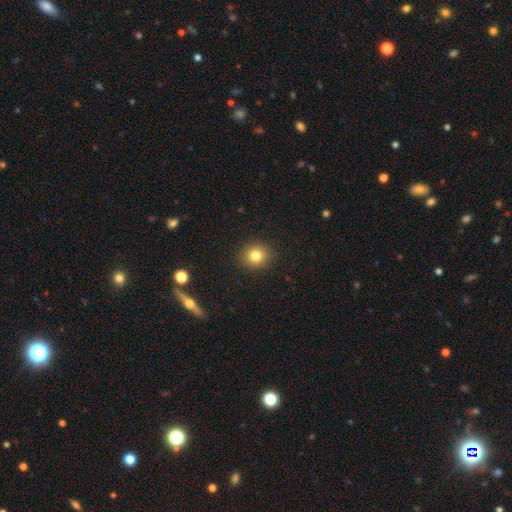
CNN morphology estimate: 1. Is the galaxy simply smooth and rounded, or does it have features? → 81% smooth, 12% star or artifact, 7% featured or disk.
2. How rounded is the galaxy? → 84% round, 15% in between, 1% cigar-shaped.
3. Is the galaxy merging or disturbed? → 90% none, 6% minor disturbance, 2% major disturbance, 1% merger.